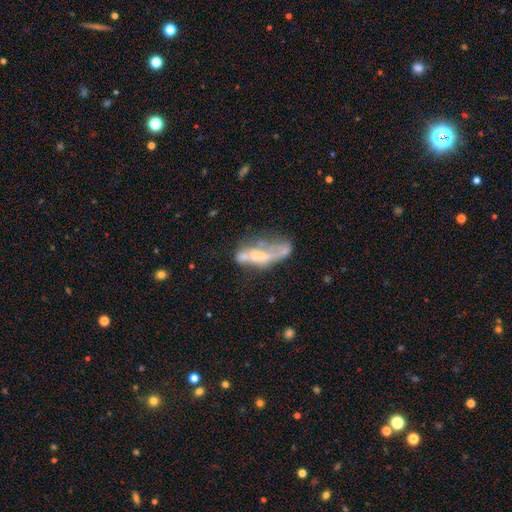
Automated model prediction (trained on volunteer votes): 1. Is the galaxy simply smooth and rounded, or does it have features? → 61% featured or disk, 29% smooth, 10% star or artifact.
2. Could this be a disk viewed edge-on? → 83% no, 17% yes.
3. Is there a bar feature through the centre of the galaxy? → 69% no, 20% weak, 11% strong.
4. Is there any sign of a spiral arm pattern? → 75% no, 25% yes.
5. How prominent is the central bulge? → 36% small, 35% moderate, 22% none, 5% large, 2% dominant.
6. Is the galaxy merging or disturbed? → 33% merger, 29% major disturbance, 23% none, 16% minor disturbance.